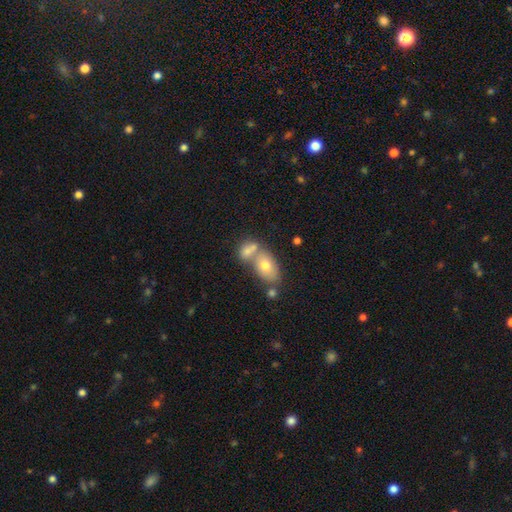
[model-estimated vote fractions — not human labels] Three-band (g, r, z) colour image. It shows a smooth galaxy with no disk features (60%) that is in between round and cigar-shaped (77%). Merging: merger (53%).